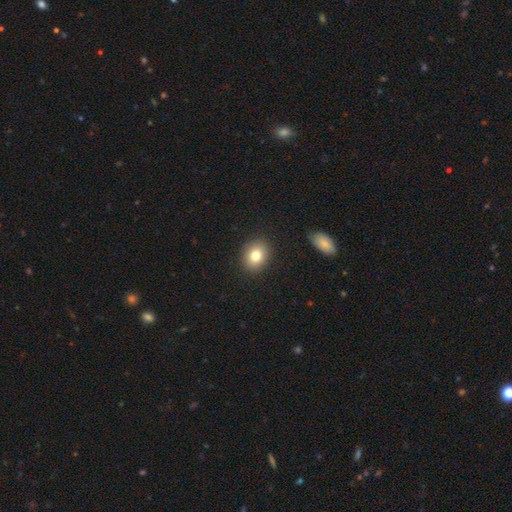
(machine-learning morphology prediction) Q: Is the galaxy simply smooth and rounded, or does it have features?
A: smooth — 80%.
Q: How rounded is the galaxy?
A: round — 55%.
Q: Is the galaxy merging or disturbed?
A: none — 89%.